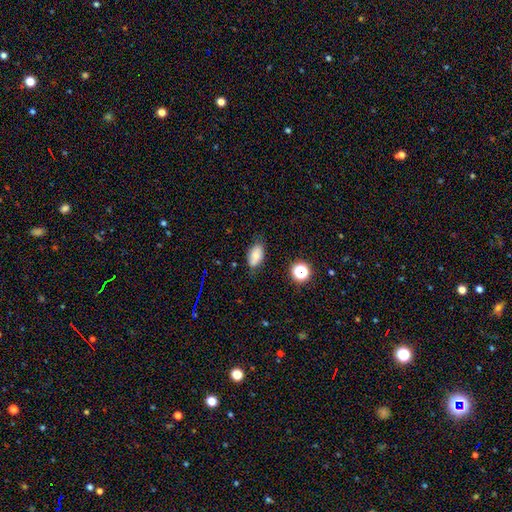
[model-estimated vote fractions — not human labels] Smooth or featured? Predicted: smooth (p=0.74). How rounded? Predicted: in between (p=0.90). Merging? Predicted: none (p=0.72).